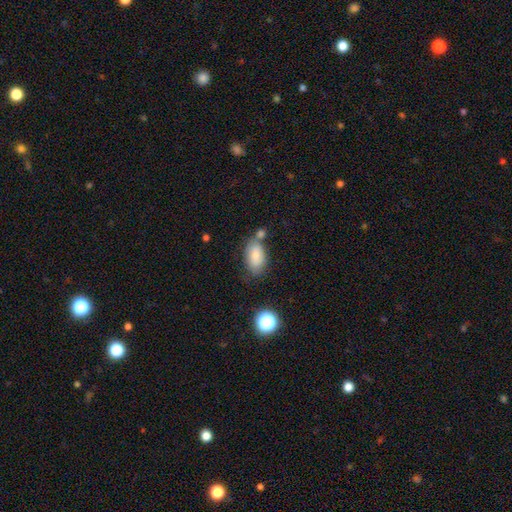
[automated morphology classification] Smooth or featured? smooth (79%)
How rounded? in between (92%)
Merging? none (55%)